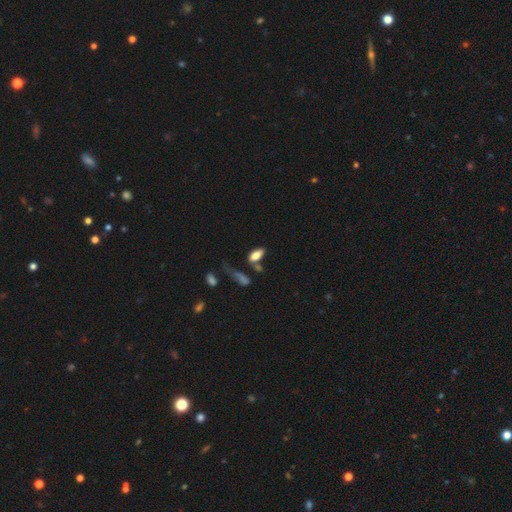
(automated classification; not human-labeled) Smooth or featured: smooth — 76% (featured or disk — 15%)
How rounded: in between — 85% (cigar-shaped — 11%)
Merging: none — 55% (merger — 18%)